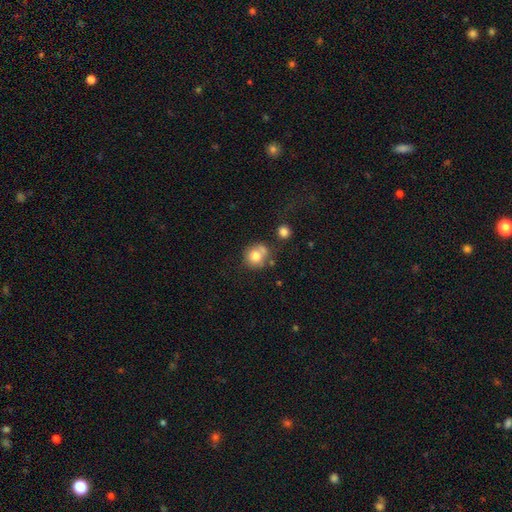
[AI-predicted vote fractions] Overall: smooth (76%). How rounded: round (83%). Merging: none (53%; merger 23%).